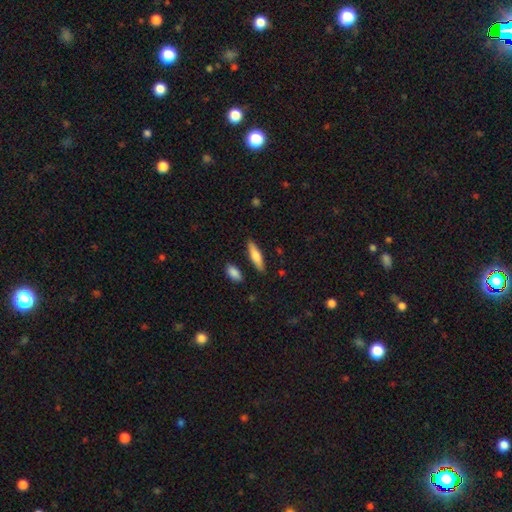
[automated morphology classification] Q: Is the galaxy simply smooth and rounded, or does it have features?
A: smooth — 72%.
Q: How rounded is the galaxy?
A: cigar-shaped — 62%.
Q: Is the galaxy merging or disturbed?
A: none — 85%.